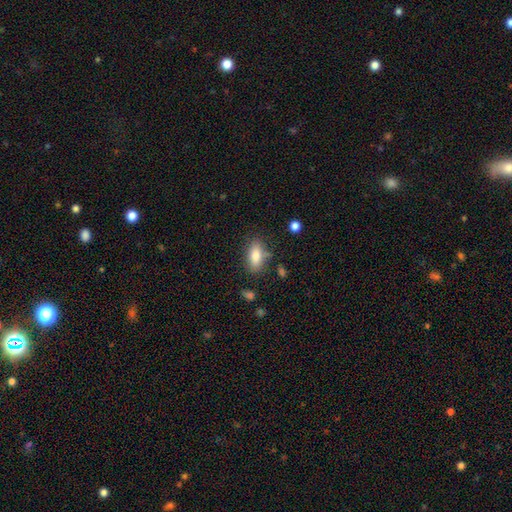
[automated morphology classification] The model was most divided on "merging": none: 76%, minor disturbance: 16%, major disturbance: 4%, merger: 4%. More confident: how rounded — in between (87%); smooth or featured — smooth (82%).